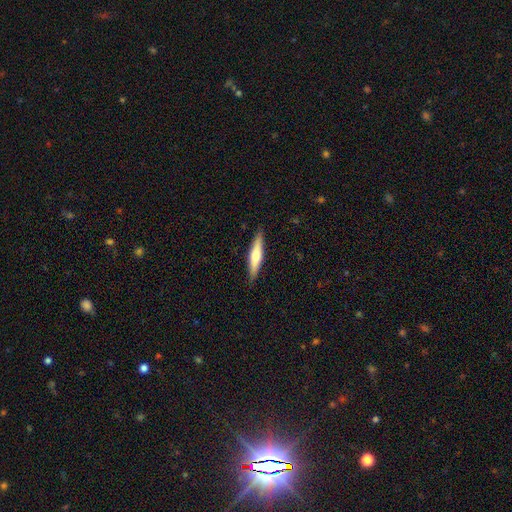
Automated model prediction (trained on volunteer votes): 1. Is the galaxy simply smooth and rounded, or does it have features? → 51% smooth, 43% featured or disk, 5% star or artifact.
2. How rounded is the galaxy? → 81% cigar-shaped, 18% in between, 2% round.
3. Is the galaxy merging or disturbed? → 89% none, 9% minor disturbance, 2% major disturbance, 1% merger.